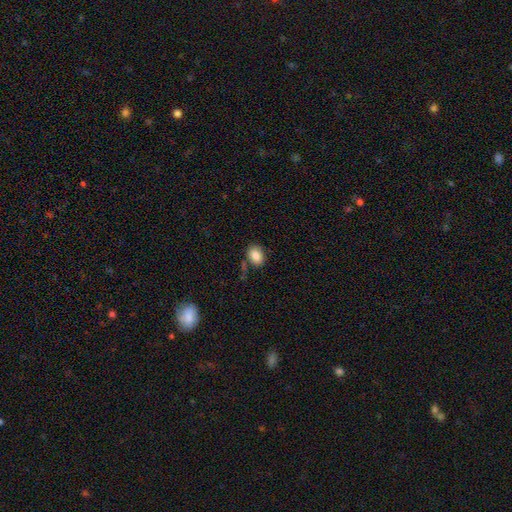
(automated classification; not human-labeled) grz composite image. It shows a smooth galaxy with no disk features (84%) that is in between round and cigar-shaped (69%). Merging: none (74%).